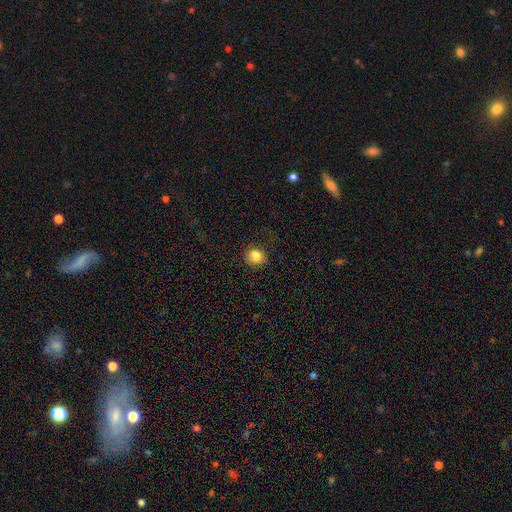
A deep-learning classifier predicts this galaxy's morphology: Smooth or featured?
  - smooth: 84% *
  - star or artifact: 11%
  - featured or disk: 5%
How rounded?
  - round: 73% *
  - in between: 27%
  - cigar-shaped: 1%
Merging?
  - none: 79% *
  - minor disturbance: 15%
  - major disturbance: 5%
  - merger: 1%